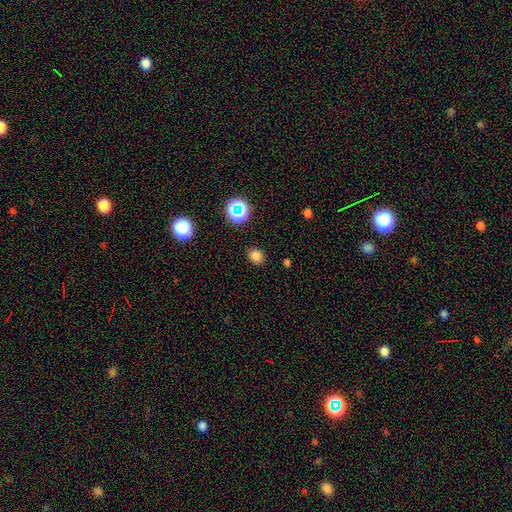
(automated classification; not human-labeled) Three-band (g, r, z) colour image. It shows a smooth galaxy with no disk features (78%) that is round (54%). Merging: none (87%).